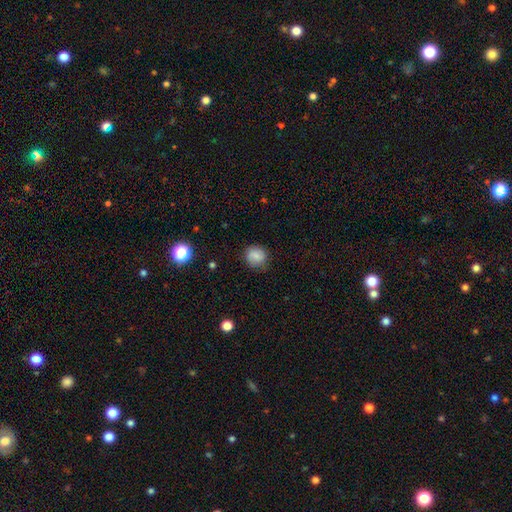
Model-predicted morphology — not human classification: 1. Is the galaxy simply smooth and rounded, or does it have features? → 79% smooth, 11% featured or disk, 10% star or artifact.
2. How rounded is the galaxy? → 82% round, 17% in between, 1% cigar-shaped.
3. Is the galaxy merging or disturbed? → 78% none, 17% minor disturbance, 4% major disturbance, 1% merger.